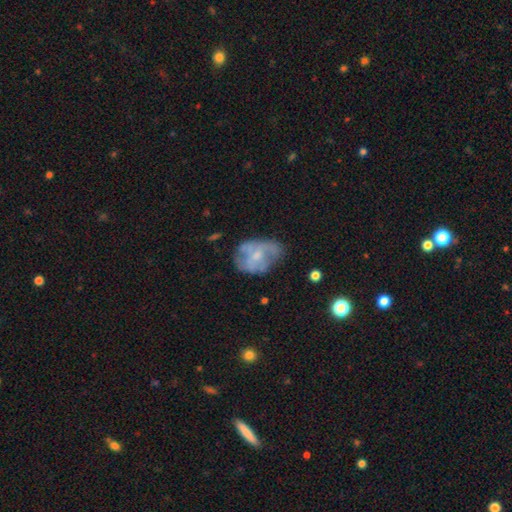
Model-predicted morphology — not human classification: Overall: featured or disk (57%; smooth 35%). Edge-on disk: no (97%). Bar: no (67%). Spiral arms: no (60%; yes 40%). Bulge size: small (45%; moderate 34%). Merging: none (49%; minor disturbance 28%).